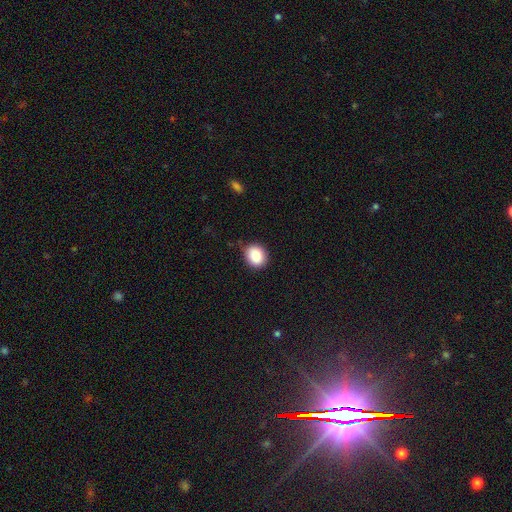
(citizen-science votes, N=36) Smooth or featured?
  - smooth: 83% *
  - featured or disk: 14%
  - star or artifact: 3%
How rounded?
  - round: 57% *
  - in between: 43%
  - cigar-shaped: 0%
Merging?
  - none: 77% *
  - minor disturbance: 17%
  - major disturbance: 6%
  - merger: 0%